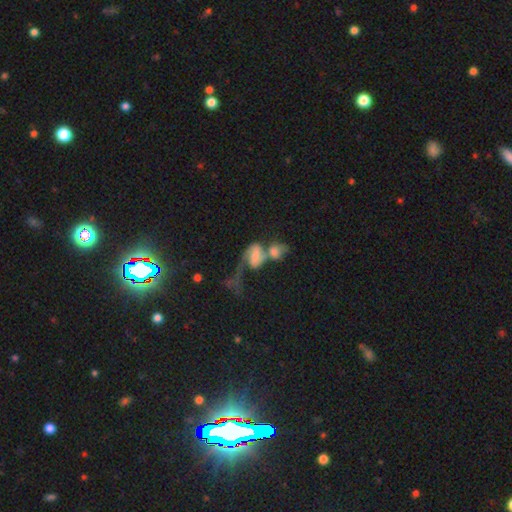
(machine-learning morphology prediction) This appears to be a featured or disk galaxy (55%) with no bar (54%), spiral arms (76%) and a moderate central bulge (33%). Merging: merger (67%).